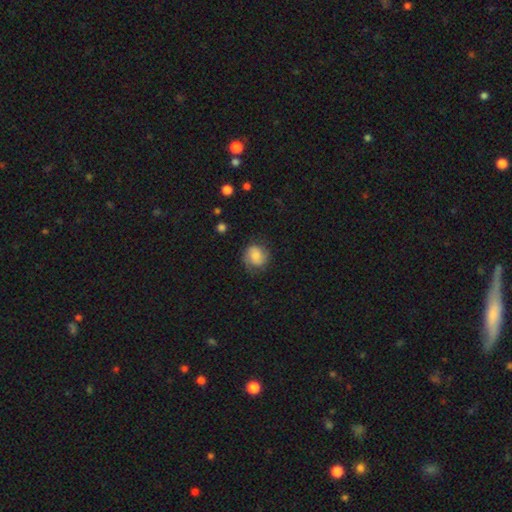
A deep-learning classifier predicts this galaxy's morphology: This is possibly a smooth galaxy (53%). How rounded: likely round (80%). Merging: likely none (73%).